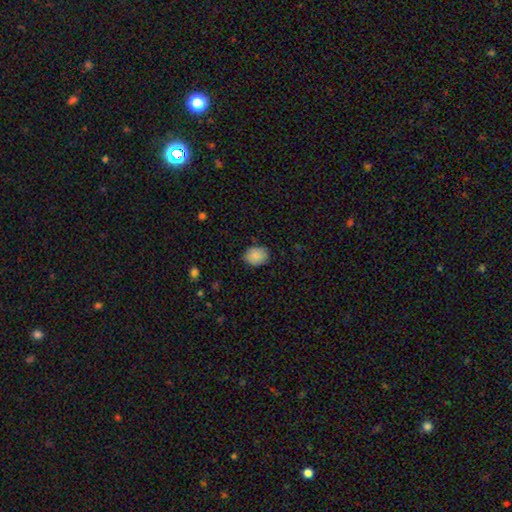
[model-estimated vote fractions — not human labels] smooth-or-featured: smooth: 88% | star or artifact: 7% | featured or disk: 5%
  how-rounded: in between: 57% | round: 42% | cigar-shaped: 1%
  merging: none: 85% | minor disturbance: 11% | major disturbance: 2% | merger: 1%